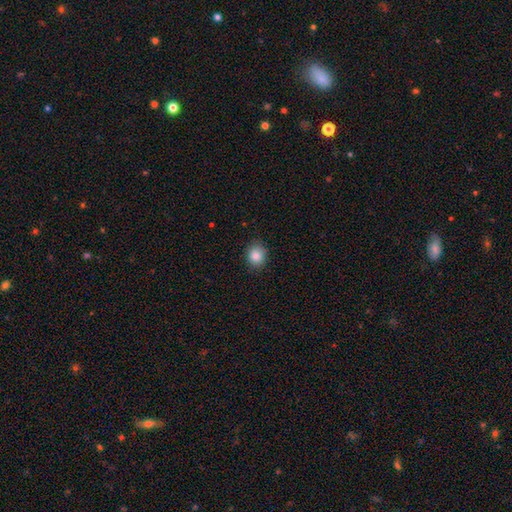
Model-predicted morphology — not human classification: Q: Smooth or featured?
A: smooth (86%); runner-up: star or artifact (9%)
Q: How rounded?
A: round (64%); runner-up: in between (35%)
Q: Merging?
A: none (86%); runner-up: minor disturbance (10%)